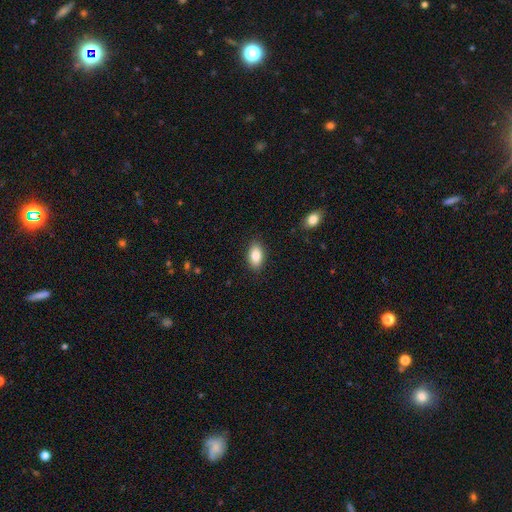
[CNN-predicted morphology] The model was most divided on "merging": none: 87%, minor disturbance: 9%, major disturbance: 2%, merger: 1%. More confident: how rounded — in between (92%); smooth or featured — smooth (86%).